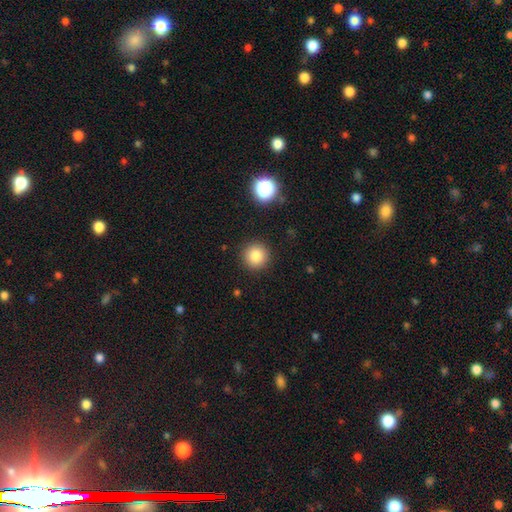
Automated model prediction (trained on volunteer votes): This is clearly a smooth galaxy (83%). How rounded: clearly round (95%). Merging: clearly none (91%).